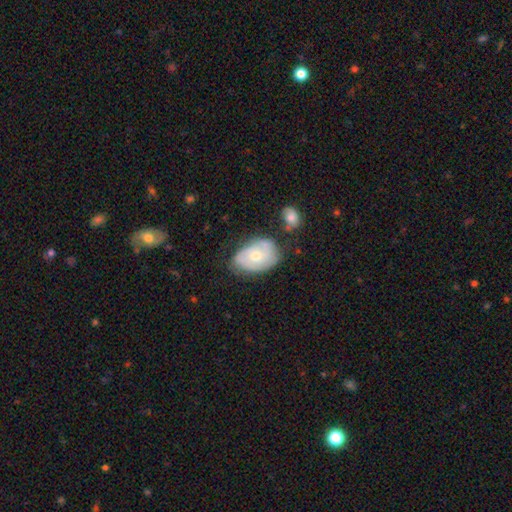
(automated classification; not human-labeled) A smooth galaxy with no disk features (48%). Merging: none (55%).